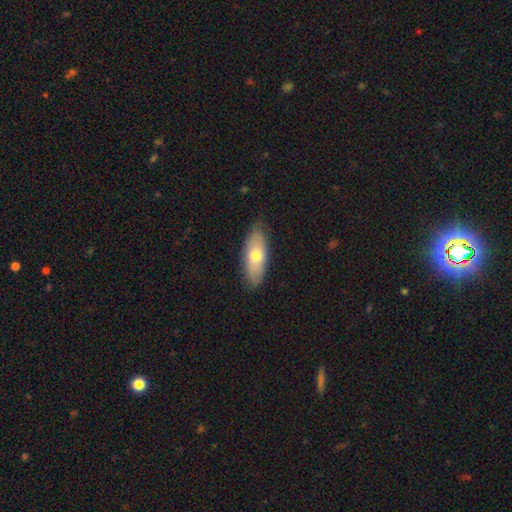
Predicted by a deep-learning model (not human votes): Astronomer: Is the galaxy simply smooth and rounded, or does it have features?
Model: smooth — 67%.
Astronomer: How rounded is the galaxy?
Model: in between — 77%.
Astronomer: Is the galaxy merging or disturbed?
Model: none — 86%.